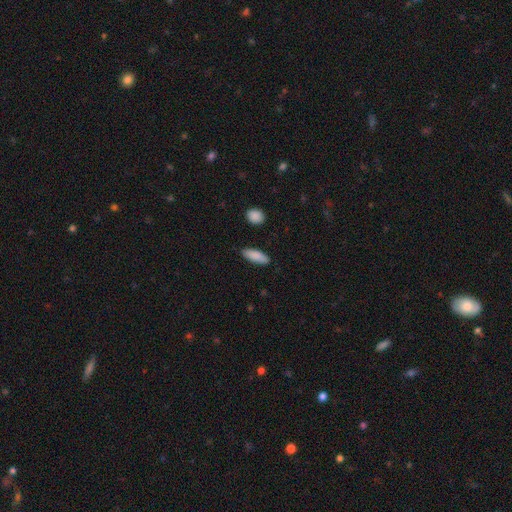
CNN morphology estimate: Smooth or featured? smooth (88%)
How rounded? in between (62%)
Merging? none (87%)